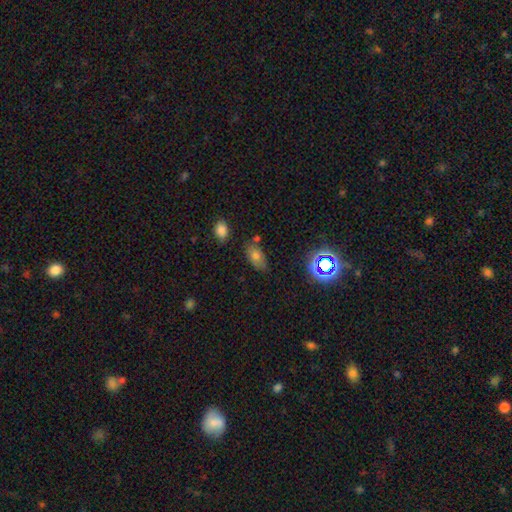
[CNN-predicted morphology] A smooth galaxy with no disk features (70%) that is in between round and cigar-shaped (88%).

Vote fractions:
- Smooth or featured? smooth: 70% / star or artifact: 16% / featured or disk: 13%
- How rounded? in between: 88% / round: 9% / cigar-shaped: 4%
- Merging? none: 67% / minor disturbance: 21% / merger: 8% / major disturbance: 5%